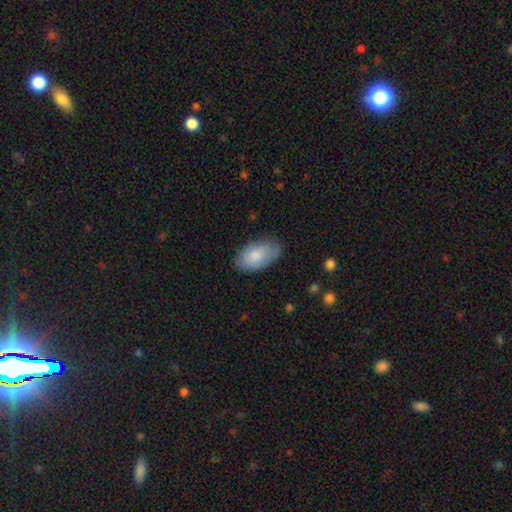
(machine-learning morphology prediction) Smooth or featured? smooth (82%)
How rounded? in between (95%)
Merging? none (77%)